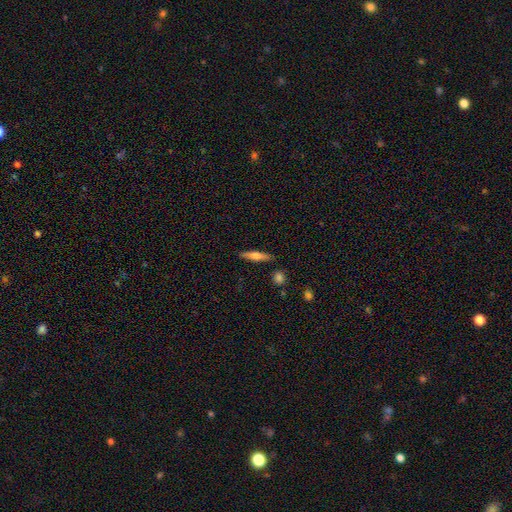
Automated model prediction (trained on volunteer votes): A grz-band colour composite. It shows a smooth galaxy with no disk features (56%) that is cigar-shaped (83%). Merging: none (87%).